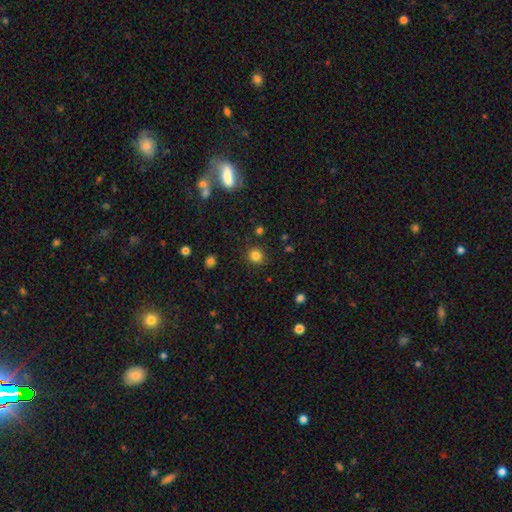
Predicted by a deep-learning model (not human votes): smooth_or_featured: smooth (p=0.82) [alt: star or artifact p=0.13]
how_rounded: round (p=0.91) [alt: in between p=0.08]
merging: none (p=0.90) [alt: minor disturbance p=0.06]